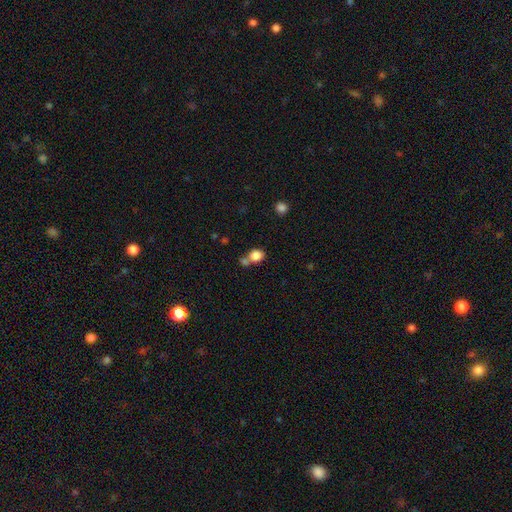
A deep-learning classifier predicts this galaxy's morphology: The model was most divided on "merging": none: 43%, merger: 41%, minor disturbance: 11%, major disturbance: 5%. More confident: smooth or featured — smooth (84%); how rounded — round (61%).